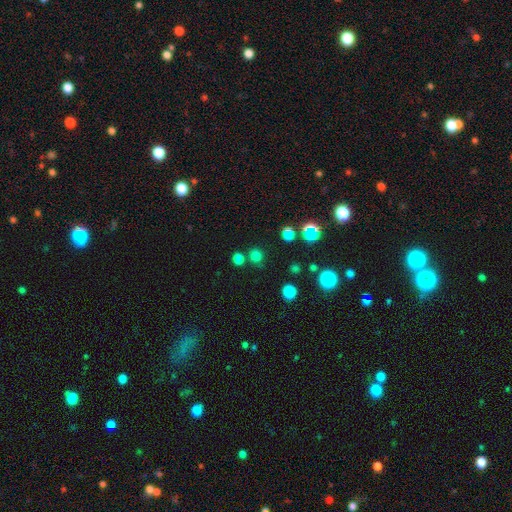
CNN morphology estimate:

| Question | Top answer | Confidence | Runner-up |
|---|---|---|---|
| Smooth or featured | smooth | 71% | star or artifact (24%) |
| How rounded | round | 85% | in between (14%) |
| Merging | none | 74% | merger (13%) |